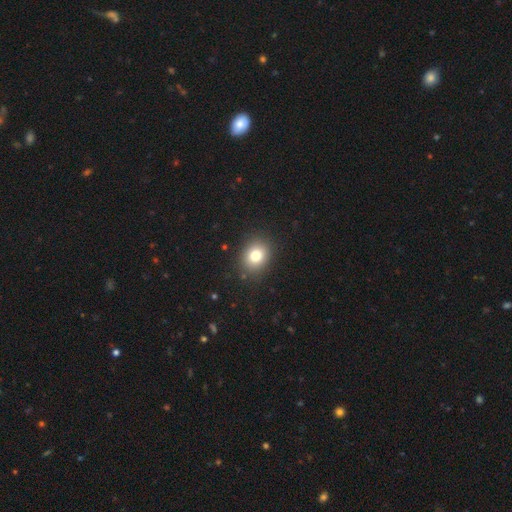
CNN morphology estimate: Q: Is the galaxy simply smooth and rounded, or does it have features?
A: smooth — 79%.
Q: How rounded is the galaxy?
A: round — 57%.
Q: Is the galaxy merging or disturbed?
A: none — 87%.